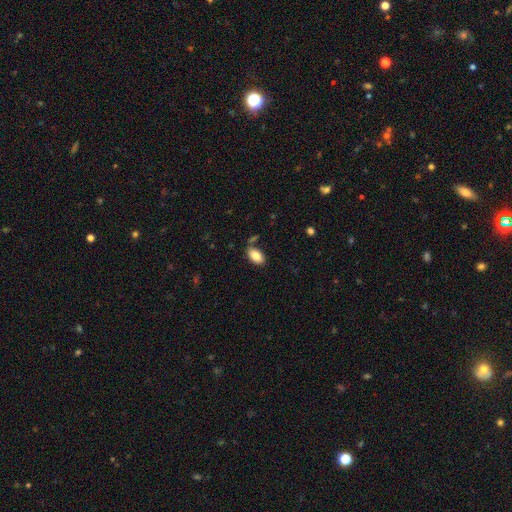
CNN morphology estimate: Smooth or featured? smooth (84%)
How rounded? in between (94%)
Merging? none (78%)